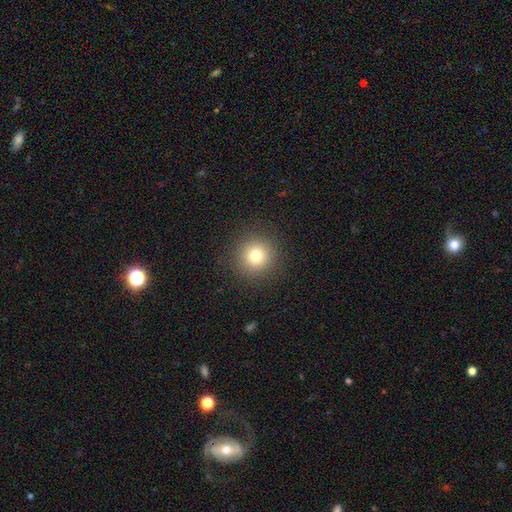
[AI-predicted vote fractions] smooth-or-featured: smooth: 78% | star or artifact: 13% | featured or disk: 8%
  how-rounded: round: 95% | in between: 4% | cigar-shaped: 1%
  merging: none: 91% | minor disturbance: 6% | major disturbance: 3% | merger: 1%